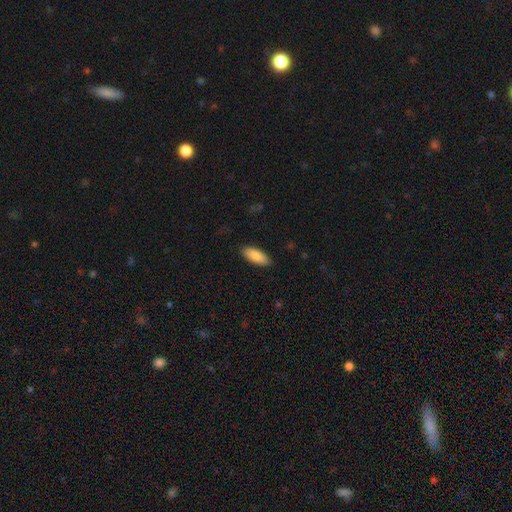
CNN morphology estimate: A smooth galaxy with no disk features (88%) that is in between round and cigar-shaped (76%). Merging: none (88%).